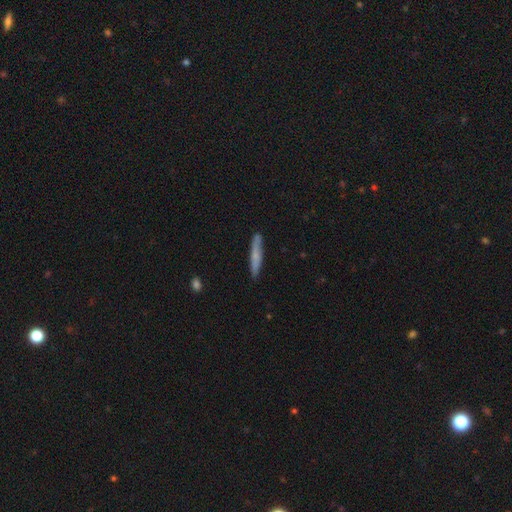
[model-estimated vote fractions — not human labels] This appears to be a smooth galaxy with no disk features (60%) that is cigar-shaped (94%). Merging: none (86%).